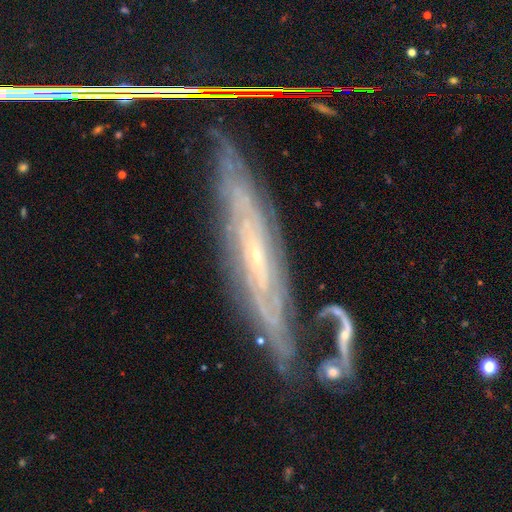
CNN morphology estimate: Smooth or featured? featured or disk (78%)
Edge-on disk? yes (53%)
Merging? none (72%)